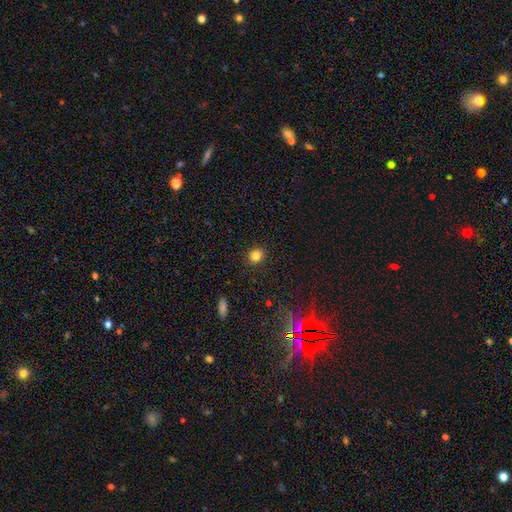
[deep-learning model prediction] The model was most divided on "smooth or featured": smooth: 82%, star or artifact: 13%, featured or disk: 5%. More confident: merging — none (91%); how rounded — round (85%).